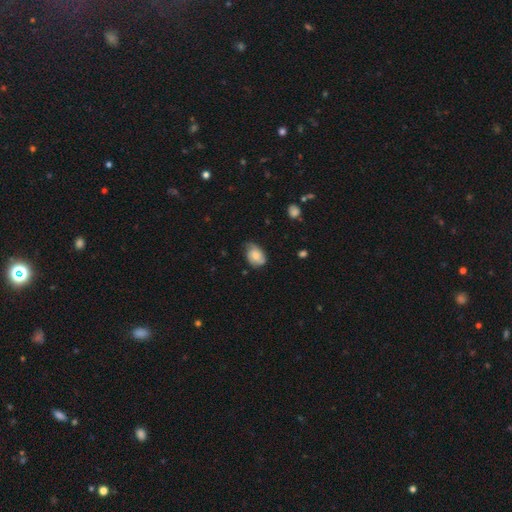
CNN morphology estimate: Smooth or featured? Predicted: smooth (p=0.56). How rounded? Predicted: in between (p=0.73). Merging? Predicted: none (p=0.52).